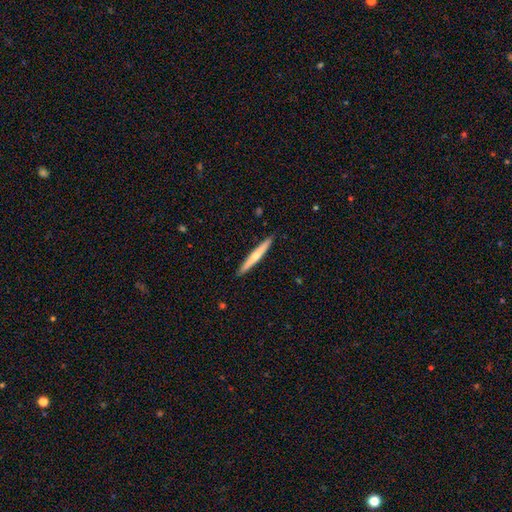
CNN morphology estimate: This appears to be a featured or disk galaxy (48%, tied with smooth). Merging: none (91%).